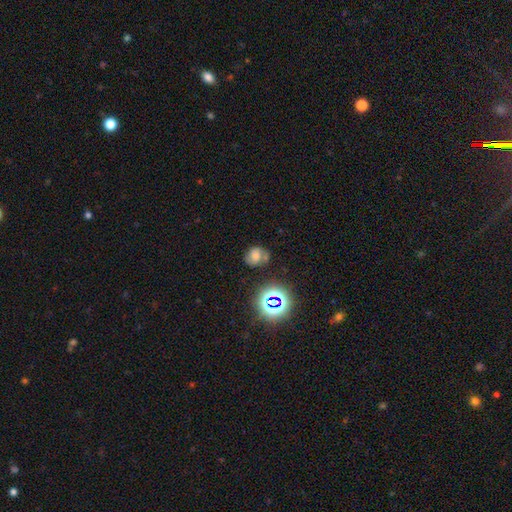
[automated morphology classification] This appears to be a smooth galaxy with no disk features (44%). Merging: none (64%).